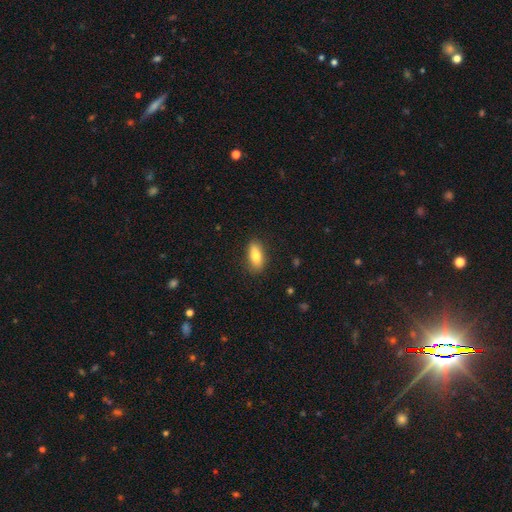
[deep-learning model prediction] Smooth or featured? smooth (77%)
How rounded? in between (81%)
Merging? none (84%)